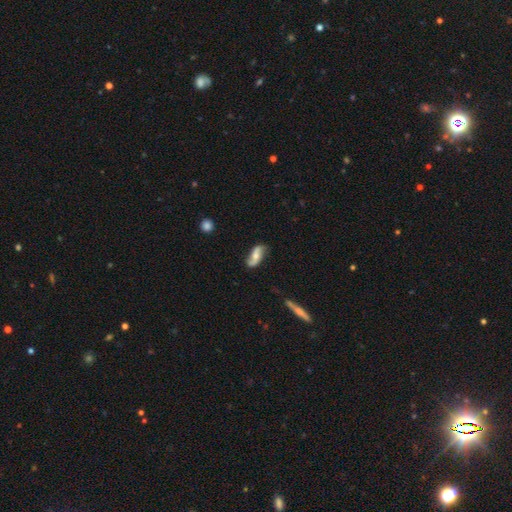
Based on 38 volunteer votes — A featured or disk galaxy (82%) with no bar (70%), 2 (97%) loose (83%) spiral arms (97%) and a moderate central bulge (70%).

Vote fractions:
- Smooth or featured? featured or disk: 82% / smooth: 18% / star or artifact: 0%
- Edge-on disk? no: 97% / yes: 3%
- Bar? no: 70% / weak: 30% / strong: 0%
- Spiral arms? yes: 97% / no: 3%
- Spiral winding? loose: 83% / tight: 10% / medium: 7%
- Spiral arm count? 2: 97% / 1: 3% / 3: 0% / 4: 0% / more than 4: 0% / can't tell: 0%
- Bulge size? moderate: 70% / small: 27% / none: 3% / dominant: 0% / large: 0%
- Merging? none: 82% / minor disturbance: 11% / major disturbance: 8% / merger: 0%